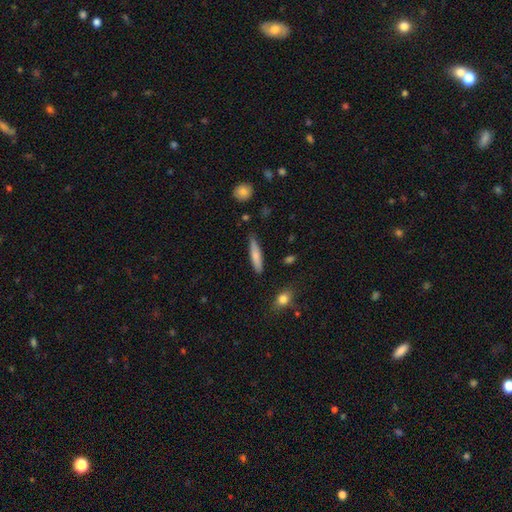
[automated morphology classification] This appears to be a smooth galaxy with no disk features (72%) that is cigar-shaped (84%). Merging: none (80%).